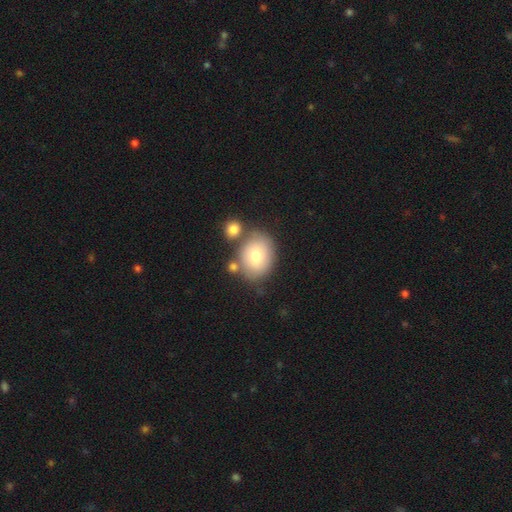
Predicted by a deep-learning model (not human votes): Overall: smooth (75%). How rounded: round (56%; in between 43%). Merging: none (64%).